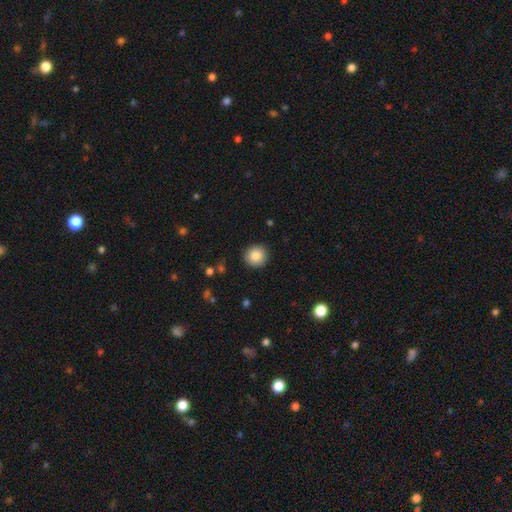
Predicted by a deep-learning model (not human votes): Smooth or featured? smooth (87%)
How rounded? round (92%)
Merging? none (91%)